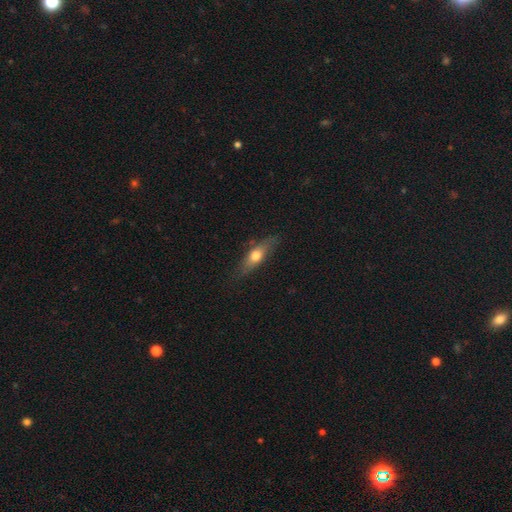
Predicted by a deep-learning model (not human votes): Overall: smooth (59%; featured or disk 35%). How rounded: in between (50%; cigar-shaped 45%). Merging: none (76%).